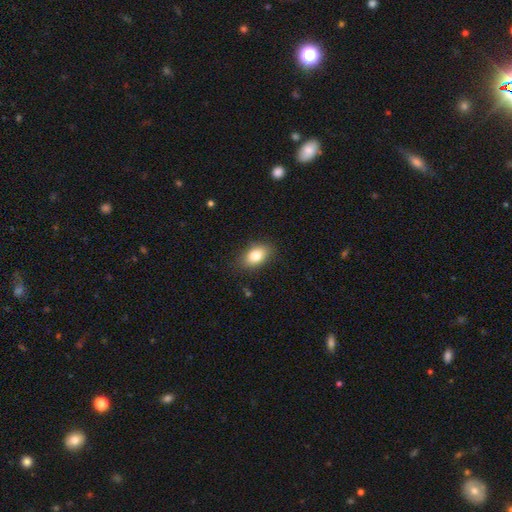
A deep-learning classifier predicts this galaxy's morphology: type=smooth (82%); roundness=in between (86%); merging=none (84%).